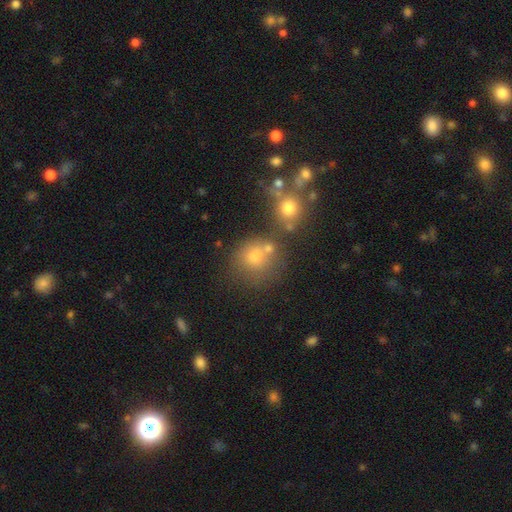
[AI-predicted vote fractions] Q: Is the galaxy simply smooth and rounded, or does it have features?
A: smooth — 69%.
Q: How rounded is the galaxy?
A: round — 85%.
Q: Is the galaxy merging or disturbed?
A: none — 58%.